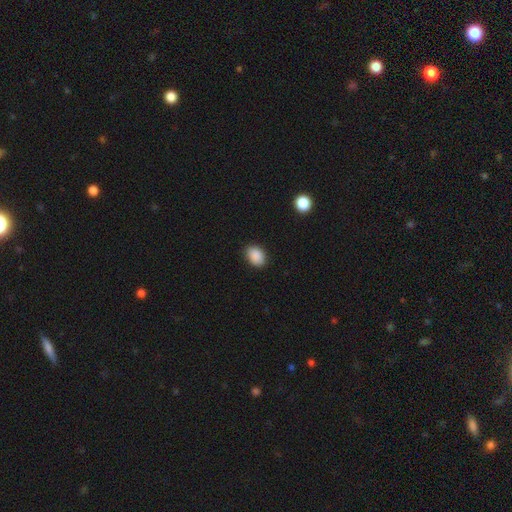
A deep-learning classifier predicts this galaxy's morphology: smooth_or_featured: smooth (p=0.89) [alt: star or artifact p=0.08]
how_rounded: in between (p=0.72) [alt: round p=0.27]
merging: none (p=0.86) [alt: minor disturbance p=0.11]